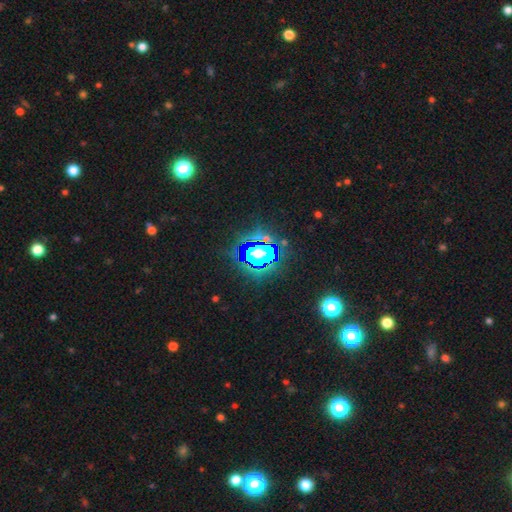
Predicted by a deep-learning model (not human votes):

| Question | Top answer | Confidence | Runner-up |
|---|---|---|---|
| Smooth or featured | star or artifact | 56% | smooth (26%) |